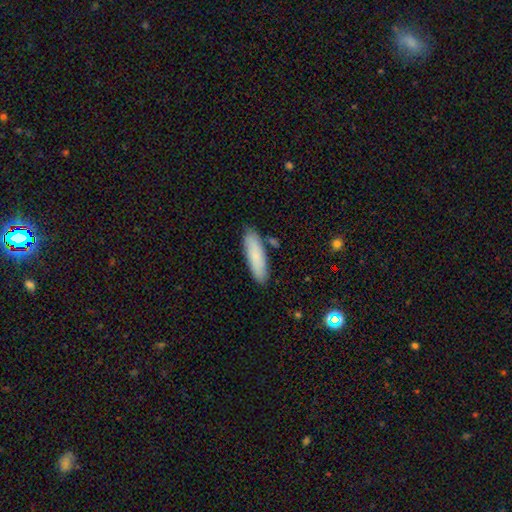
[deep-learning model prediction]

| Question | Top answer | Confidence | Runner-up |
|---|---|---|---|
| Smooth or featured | smooth | 81% | featured or disk (13%) |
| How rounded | cigar-shaped | 64% | in between (35%) |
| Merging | none | 83% | minor disturbance (12%) |